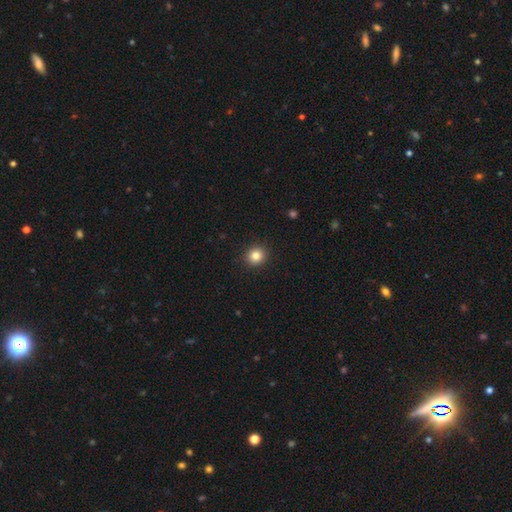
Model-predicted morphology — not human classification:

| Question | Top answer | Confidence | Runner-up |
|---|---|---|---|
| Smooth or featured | smooth | 84% | star or artifact (11%) |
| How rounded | round | 87% | in between (12%) |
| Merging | none | 92% | minor disturbance (6%) |